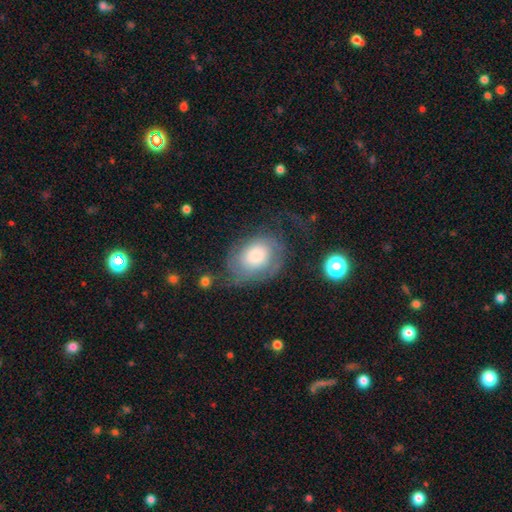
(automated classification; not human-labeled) A featured or disk galaxy (54%) with no bar (83%), spiral arms (77%) and a moderate central bulge (38%).

Vote fractions:
- Smooth or featured? featured or disk: 54% / smooth: 37% / star or artifact: 9%
- Edge-on disk? no: 97% / yes: 3%
- Bar? no: 83% / weak: 15% / strong: 2%
- Spiral arms? yes: 77% / no: 23%
- Bulge size? moderate: 38% / large: 36% / small: 15% / dominant: 7% / none: 3%
- Merging? none: 52% / minor disturbance: 24% / major disturbance: 22% / merger: 2%